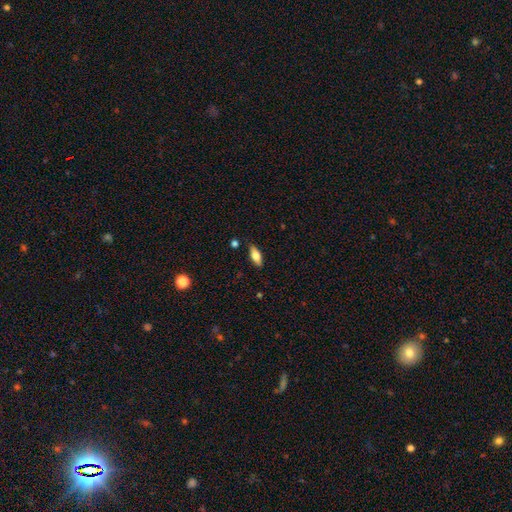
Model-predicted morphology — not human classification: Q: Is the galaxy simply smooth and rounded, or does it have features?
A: smooth — 65%.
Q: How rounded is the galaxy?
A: in between — 74%.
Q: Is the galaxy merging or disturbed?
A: none — 85%.